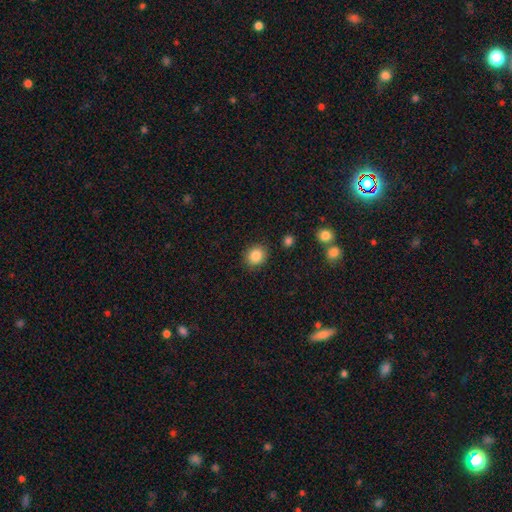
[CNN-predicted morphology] smooth-or-featured: smooth: 85% | star or artifact: 10% | featured or disk: 5%
  how-rounded: round: 77% | in between: 22% | cigar-shaped: 1%
  merging: none: 88% | minor disturbance: 8% | major disturbance: 2% | merger: 2%